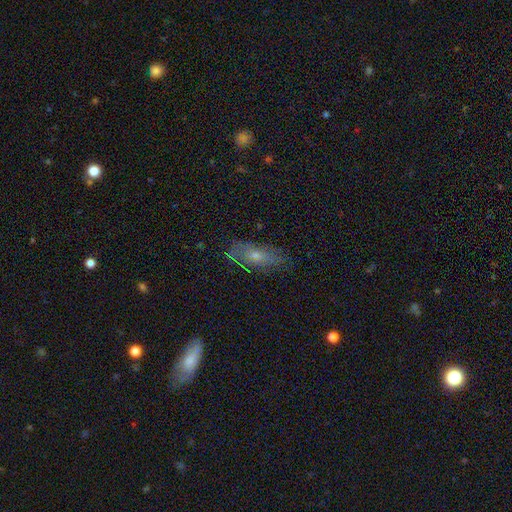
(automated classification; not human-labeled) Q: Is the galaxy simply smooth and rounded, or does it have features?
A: featured or disk — 49%.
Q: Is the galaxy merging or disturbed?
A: none — 71%.